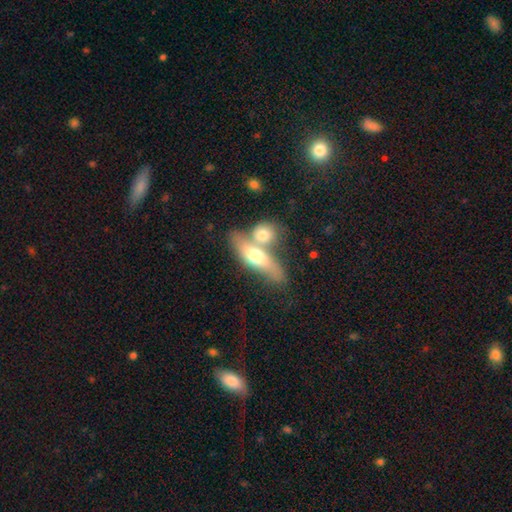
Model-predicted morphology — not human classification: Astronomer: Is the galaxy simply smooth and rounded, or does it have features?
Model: smooth — 59% (runner-up: featured or disk, 35%).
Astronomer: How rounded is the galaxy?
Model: in between — 55% (runner-up: cigar-shaped, 40%).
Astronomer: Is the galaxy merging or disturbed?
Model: merger — 56%.